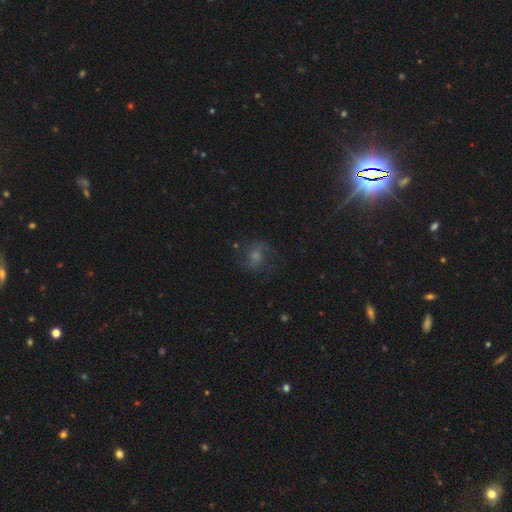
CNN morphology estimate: This appears to be a featured or disk galaxy (44%). Merging: none (74%).